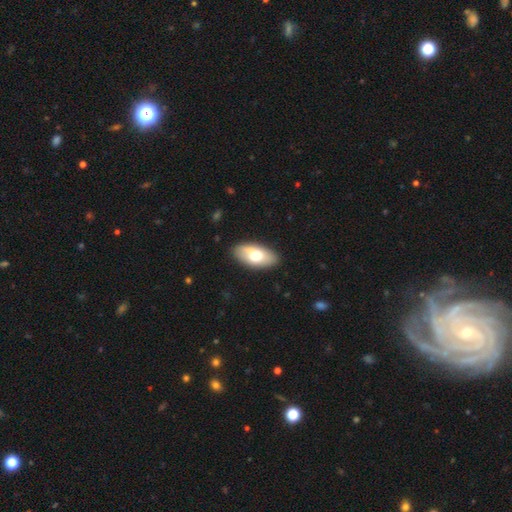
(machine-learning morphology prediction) A smooth galaxy with no disk features (65%) that is in between round and cigar-shaped (92%).

Vote fractions:
- Smooth or featured? smooth: 65% / featured or disk: 29% / star or artifact: 6%
- How rounded? in between: 92% / cigar-shaped: 4% / round: 3%
- Merging? none: 85% / minor disturbance: 11% / major disturbance: 3% / merger: 2%